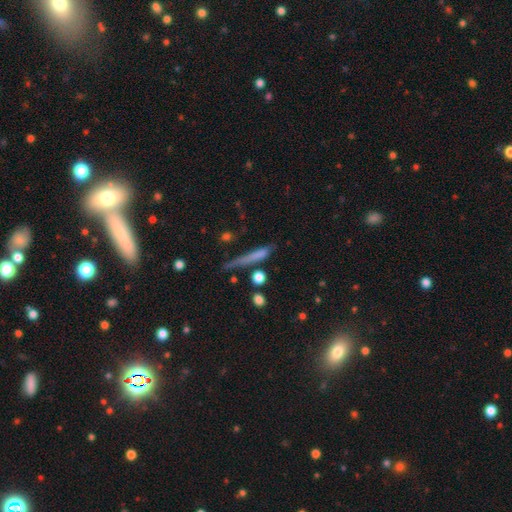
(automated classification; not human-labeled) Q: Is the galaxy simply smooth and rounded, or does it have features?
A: smooth — 62%.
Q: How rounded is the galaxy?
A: cigar-shaped — 90%.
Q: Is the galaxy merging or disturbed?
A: none — 64%.